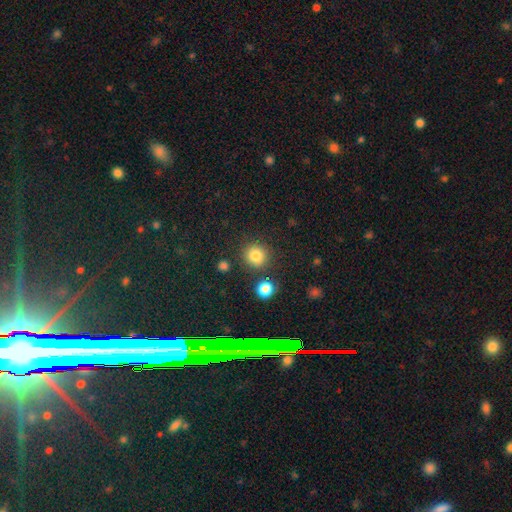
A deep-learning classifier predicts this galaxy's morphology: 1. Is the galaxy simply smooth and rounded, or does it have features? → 83% smooth, 12% star or artifact, 5% featured or disk.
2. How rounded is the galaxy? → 91% round, 8% in between, 1% cigar-shaped.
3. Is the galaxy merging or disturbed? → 84% none, 8% minor disturbance, 5% merger, 3% major disturbance.